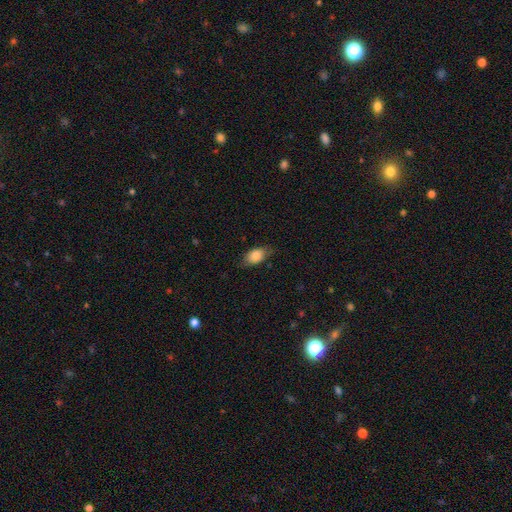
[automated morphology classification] This is clearly a smooth galaxy (84%). How rounded: clearly in between (89%). Merging: likely none (75%).